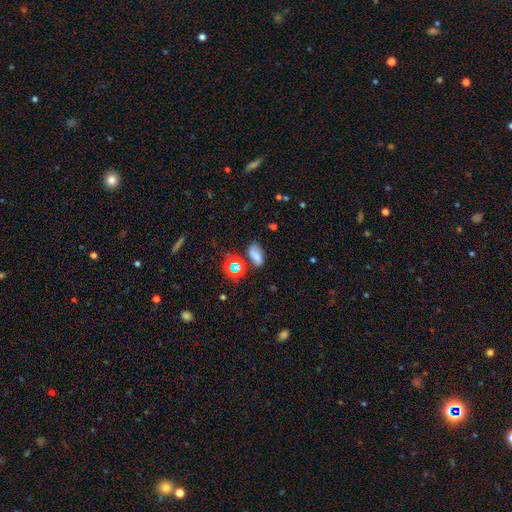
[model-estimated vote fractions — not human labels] Smooth or featured? Predicted: smooth (p=0.61). How rounded? Predicted: in between (p=0.84). Merging? Predicted: none (p=0.60).